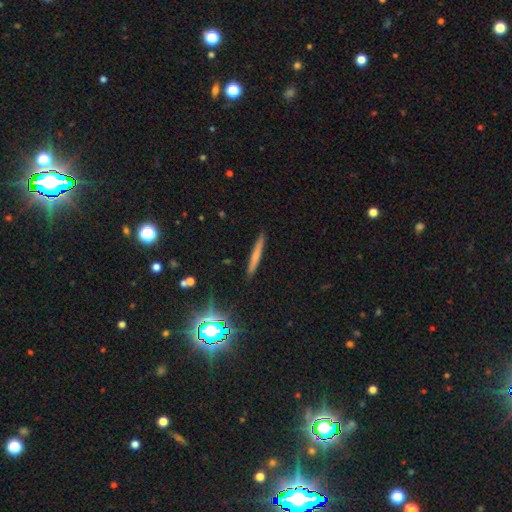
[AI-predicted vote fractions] Morphology: type=smooth (59%); roundness=cigar-shaped (95%); merging=none (89%).